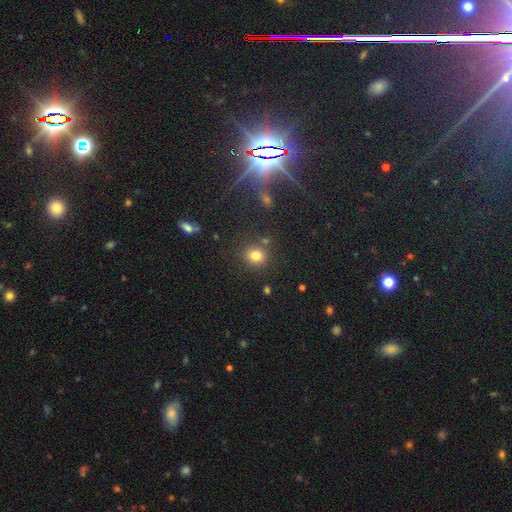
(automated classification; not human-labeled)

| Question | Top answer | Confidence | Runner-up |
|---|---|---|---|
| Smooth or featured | smooth | 78% | star or artifact (15%) |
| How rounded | round | 81% | in between (18%) |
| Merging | none | 81% | minor disturbance (9%) |